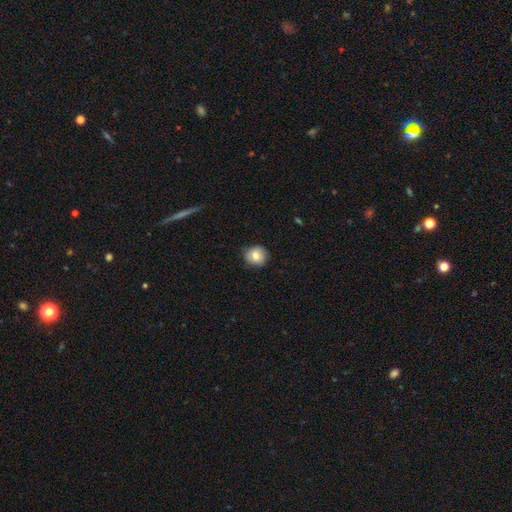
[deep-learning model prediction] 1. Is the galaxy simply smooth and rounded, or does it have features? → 79% smooth, 12% featured or disk, 9% star or artifact.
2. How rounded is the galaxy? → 85% round, 14% in between, 1% cigar-shaped.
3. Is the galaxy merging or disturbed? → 85% none, 12% minor disturbance, 2% major disturbance, 1% merger.